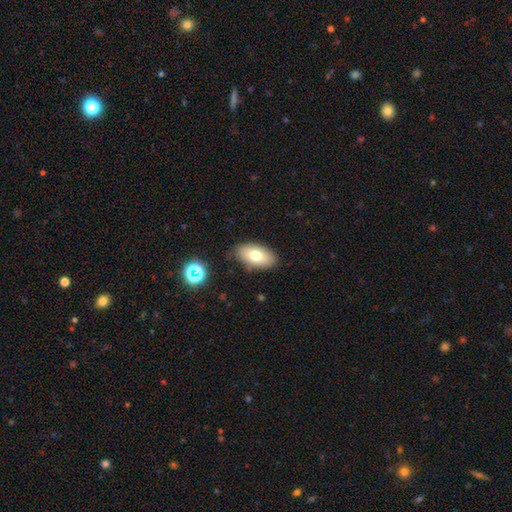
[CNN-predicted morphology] Smooth or featured? Predicted: smooth (p=0.73). How rounded? Predicted: in between (p=0.92). Merging? Predicted: none (p=0.82).